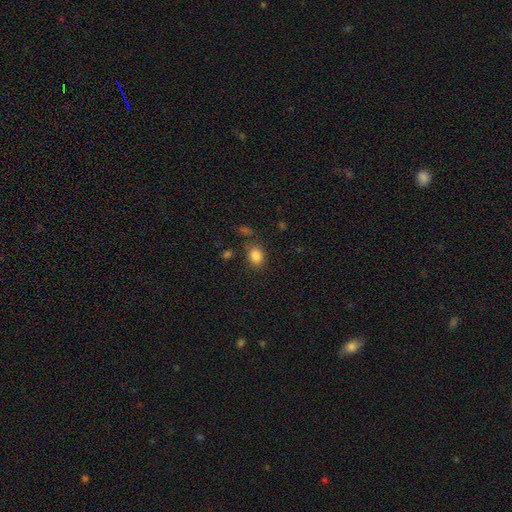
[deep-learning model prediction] This appears to be a smooth galaxy with no disk features (84%) that is in between round and cigar-shaped (51%). Merging: none (72%).